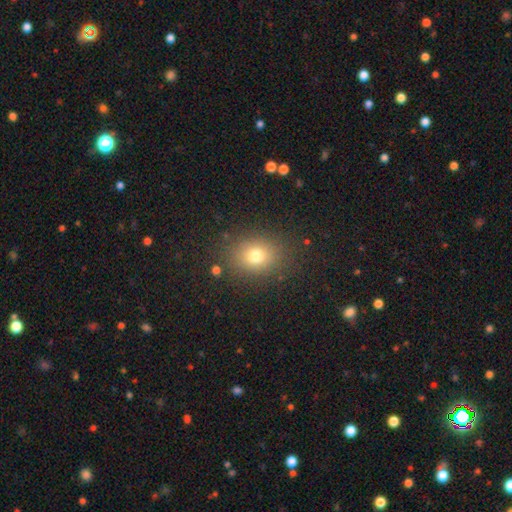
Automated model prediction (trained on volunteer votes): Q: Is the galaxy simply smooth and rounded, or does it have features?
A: smooth — 76%.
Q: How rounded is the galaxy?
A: in between — 52%.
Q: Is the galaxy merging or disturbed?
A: none — 85%.